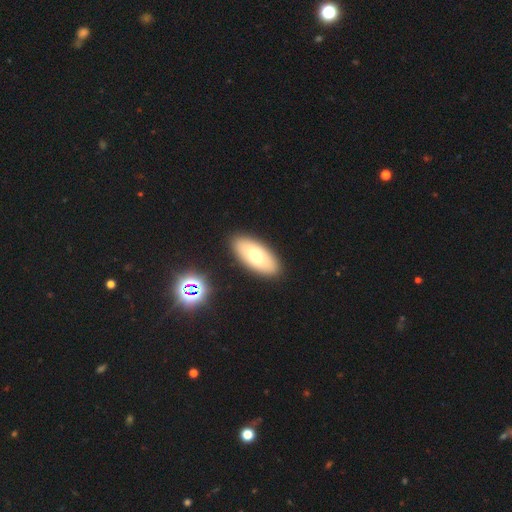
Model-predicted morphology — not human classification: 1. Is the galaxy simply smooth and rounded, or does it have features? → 68% smooth, 25% featured or disk, 8% star or artifact.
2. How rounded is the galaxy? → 88% in between, 9% cigar-shaped, 3% round.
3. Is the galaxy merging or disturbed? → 89% none, 7% minor disturbance, 2% major disturbance, 2% merger.